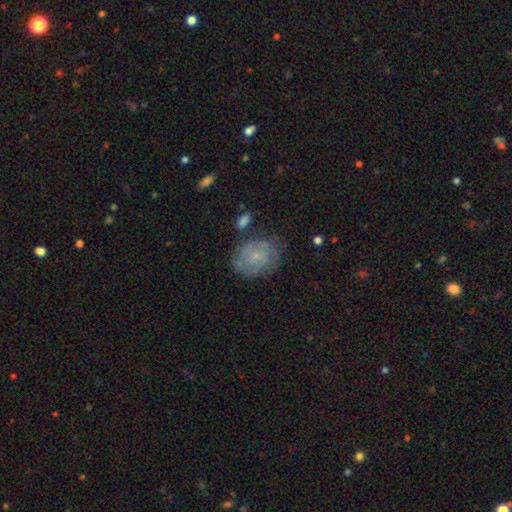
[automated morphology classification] featured or disk 60%, smooth 31%, star or artifact 9%. Down the decision tree: edge-on disk — no (97%); bar — no (71%); spiral arms — yes (81%); bulge size — small (68%); merging — none (66%).